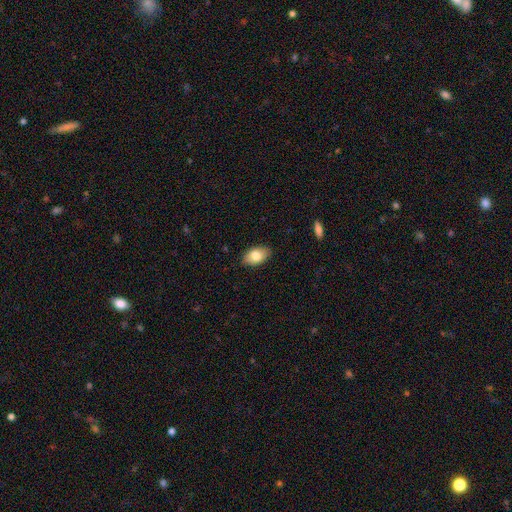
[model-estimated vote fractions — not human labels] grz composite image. It shows a smooth galaxy with no disk features (80%) that is in between round and cigar-shaped (91%). Merging: none (86%).